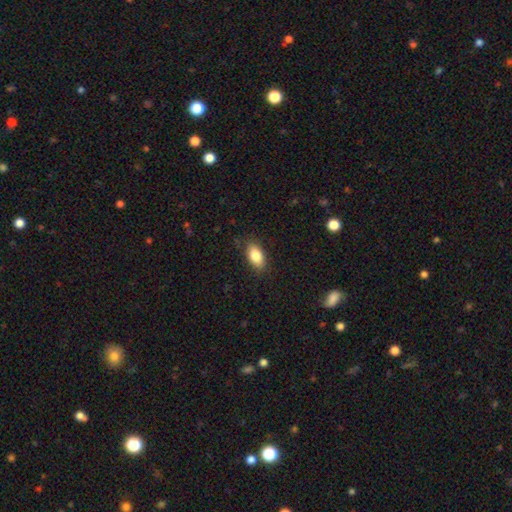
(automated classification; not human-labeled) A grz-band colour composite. It shows a smooth galaxy with no disk features (84%) that is in between round and cigar-shaped (90%). Merging: none (84%).